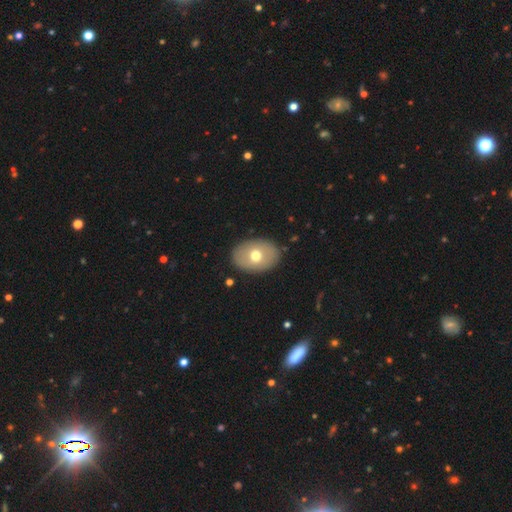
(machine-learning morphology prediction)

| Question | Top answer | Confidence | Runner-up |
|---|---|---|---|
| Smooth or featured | smooth | 65% | featured or disk (28%) |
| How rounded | in between | 77% | round (22%) |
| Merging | none | 88% | minor disturbance (8%) |